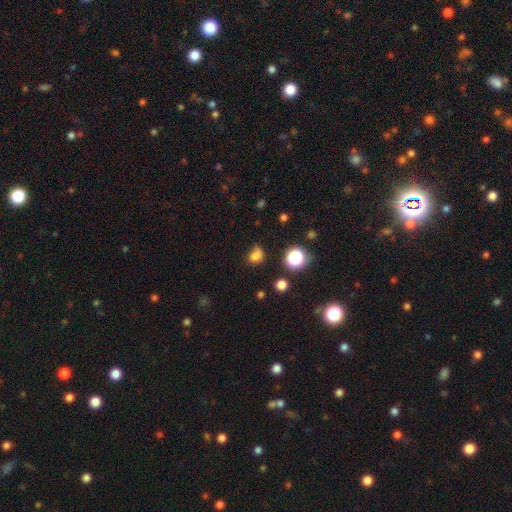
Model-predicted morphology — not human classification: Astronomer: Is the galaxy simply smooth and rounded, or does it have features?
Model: smooth — 76%.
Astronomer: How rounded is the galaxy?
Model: in between — 50% (runner-up: round, 49%).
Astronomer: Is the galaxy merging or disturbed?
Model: none — 53%.